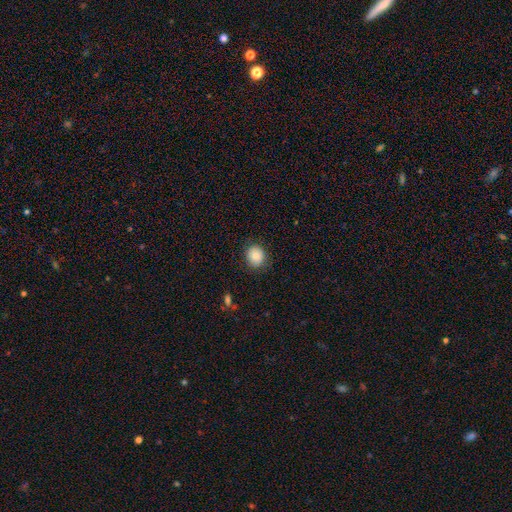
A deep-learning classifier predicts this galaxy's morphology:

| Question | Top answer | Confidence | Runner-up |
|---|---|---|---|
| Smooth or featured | smooth | 83% | star or artifact (9%) |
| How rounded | round | 78% | in between (21%) |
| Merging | none | 85% | minor disturbance (11%) |